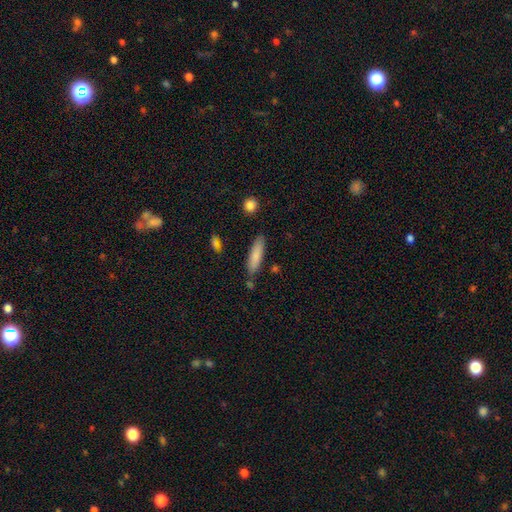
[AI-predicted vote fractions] This appears to be a smooth galaxy with no disk features (82%) that is cigar-shaped (71%). Merging: none (80%).